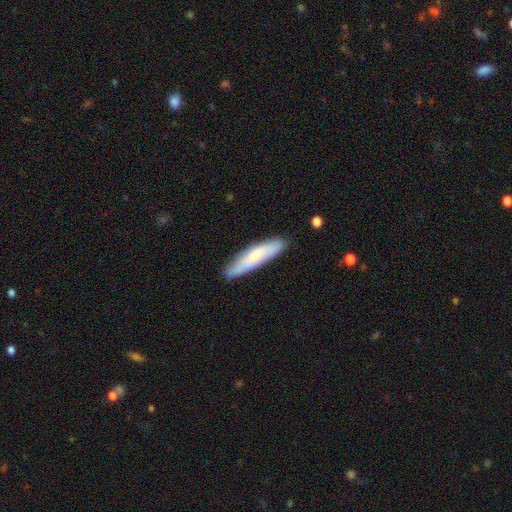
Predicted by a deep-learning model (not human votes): Smooth or featured?
  - smooth: 63% *
  - featured or disk: 31%
  - star or artifact: 6%
How rounded?
  - cigar-shaped: 78% *
  - in between: 21%
  - round: 1%
Merging?
  - none: 83% *
  - minor disturbance: 13%
  - major disturbance: 2%
  - merger: 1%